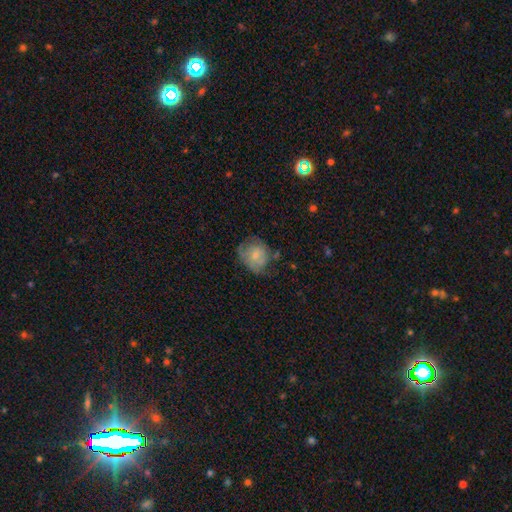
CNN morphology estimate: The model was most divided on "merging": none: 45%, minor disturbance: 32%, major disturbance: 19%, merger: 3%. More confident: how rounded — round (67%); smooth or featured — smooth (57%).